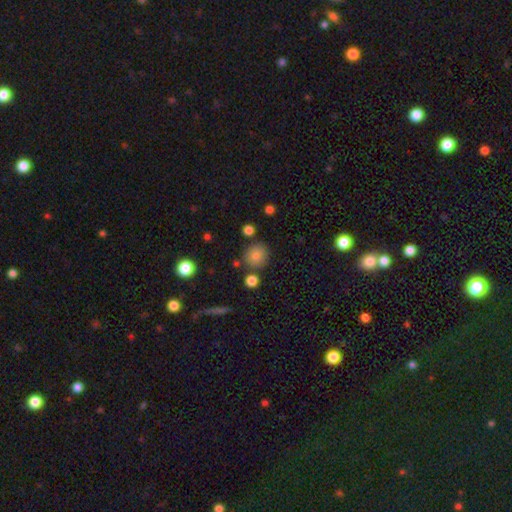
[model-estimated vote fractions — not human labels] smooth-or-featured: smooth: 79% | star or artifact: 12% | featured or disk: 8%
  how-rounded: round: 90% | in between: 9% | cigar-shaped: 1%
  merging: none: 82% | minor disturbance: 9% | merger: 6% | major disturbance: 3%